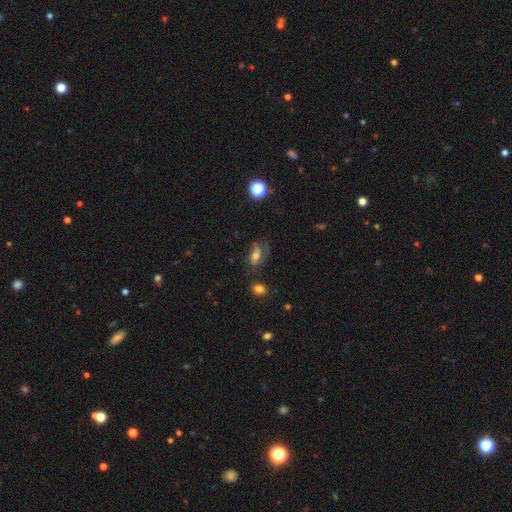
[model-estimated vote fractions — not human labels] Morphology: type=featured or disk (44%); merging=none (45%).